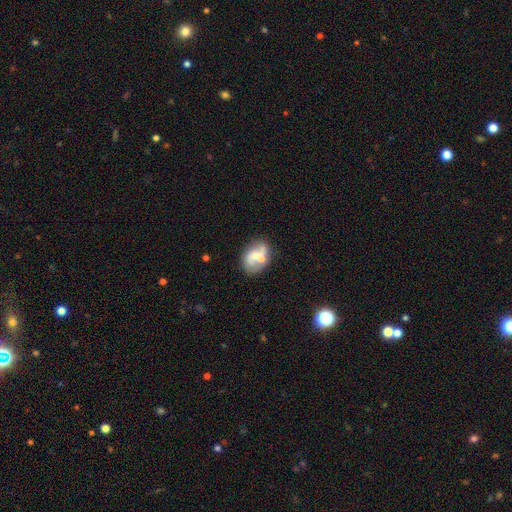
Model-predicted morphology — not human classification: smooth-or-featured: featured or disk: 57% | smooth: 35% | star or artifact: 8%
  disk-edge-on: no: 97% | yes: 3%
    bar: no: 68% | weak: 26% | strong: 7%
    has-spiral-arms: yes: 61% | no: 39%
    bulge-size: small: 45% | moderate: 44% | none: 7% | large: 3% | dominant: 1%
  merging: none: 47% | merger: 26% | minor disturbance: 18% | major disturbance: 8%